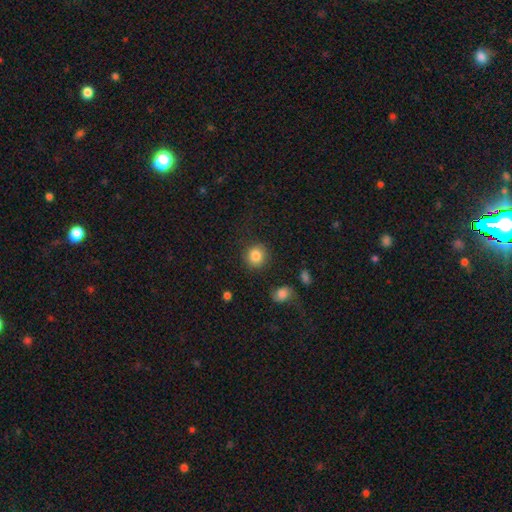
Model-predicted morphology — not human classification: Smooth or featured? Predicted: smooth (p=0.84). How rounded? Predicted: round (p=0.88). Merging? Predicted: none (p=0.86).